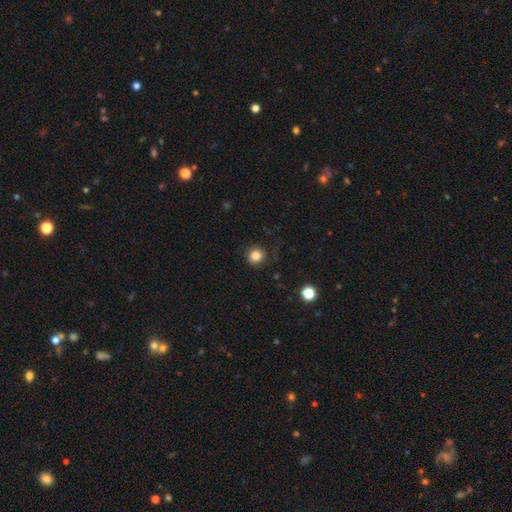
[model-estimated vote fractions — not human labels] Smooth or featured? Predicted: smooth (p=0.84). How rounded? Predicted: round (p=0.92). Merging? Predicted: none (p=0.84).